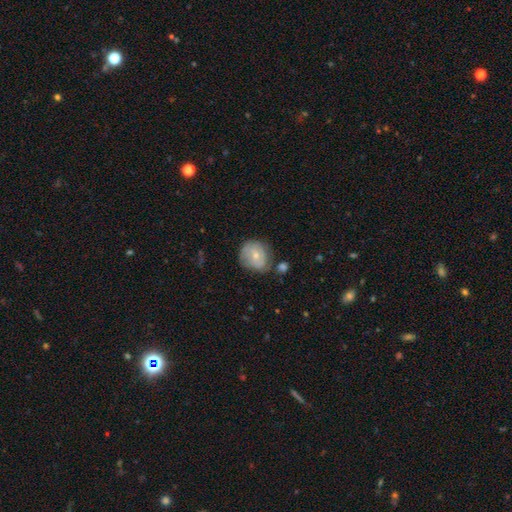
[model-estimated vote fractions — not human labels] The model was most divided on "smooth or featured": smooth: 53%, featured or disk: 39%, star or artifact: 7%. More confident: how rounded — round (71%); merging — none (59%).